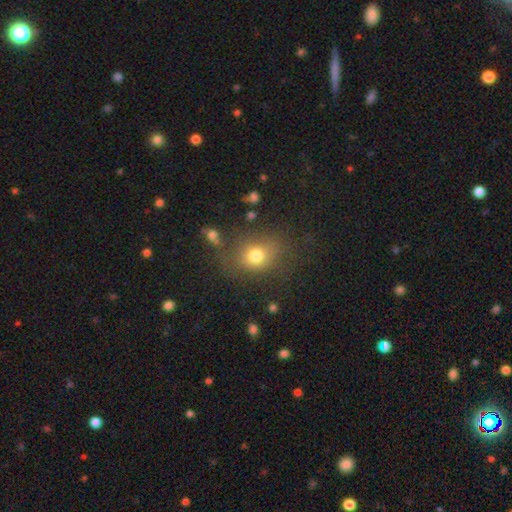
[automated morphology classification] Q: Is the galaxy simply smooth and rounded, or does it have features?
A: smooth — 75%.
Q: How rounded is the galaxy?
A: round — 59%.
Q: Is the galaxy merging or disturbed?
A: none — 66%.